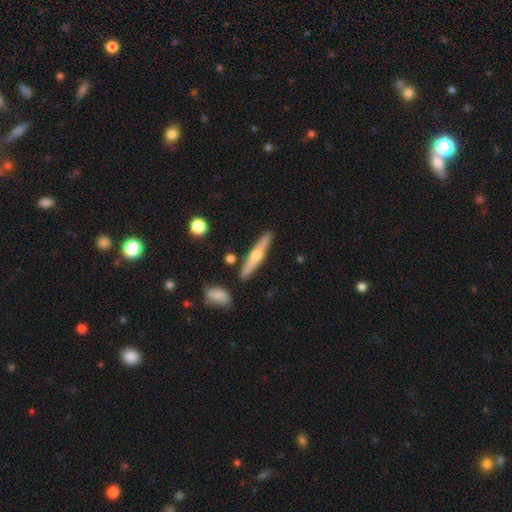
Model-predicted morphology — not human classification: A featured or disk galaxy (56%) viewed edge-on (95%) with a rounded central bulge (88%). Merging: none (86%).